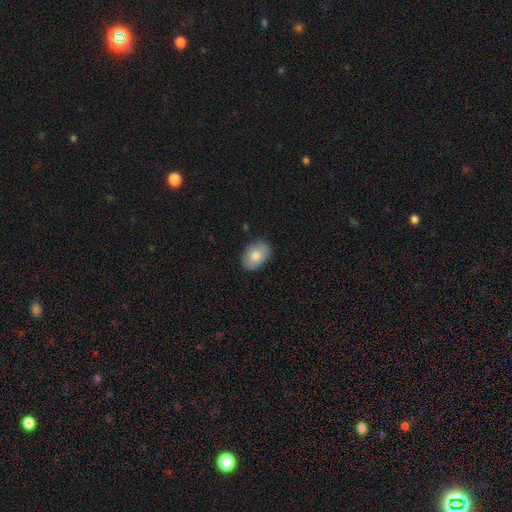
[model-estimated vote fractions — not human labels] smooth-or-featured: smooth: 80% | featured or disk: 14% | star or artifact: 7%
  how-rounded: in between: 86% | round: 13% | cigar-shaped: 1%
  merging: none: 85% | minor disturbance: 11% | major disturbance: 2% | merger: 1%